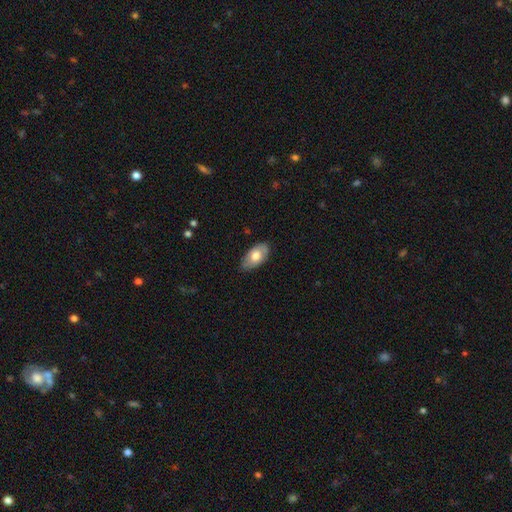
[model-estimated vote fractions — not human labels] Q: Smooth or featured?
A: smooth (70%); runner-up: featured or disk (24%)
Q: How rounded?
A: in between (94%); runner-up: round (4%)
Q: Merging?
A: none (81%); runner-up: minor disturbance (15%)